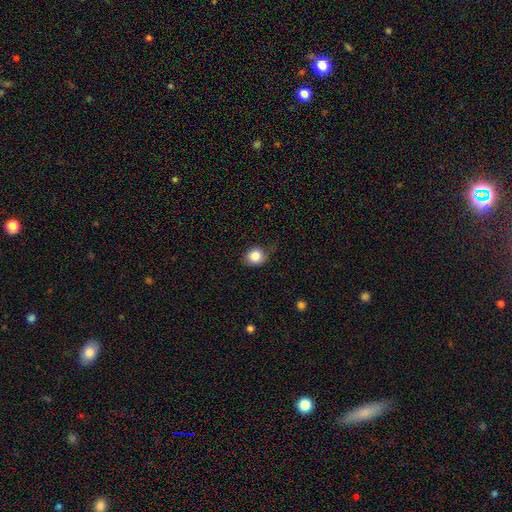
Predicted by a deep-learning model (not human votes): Smooth or featured: smooth — 84% (star or artifact — 9%)
How rounded: round — 73% (in between — 27%)
Merging: none — 66% (minor disturbance — 25%)